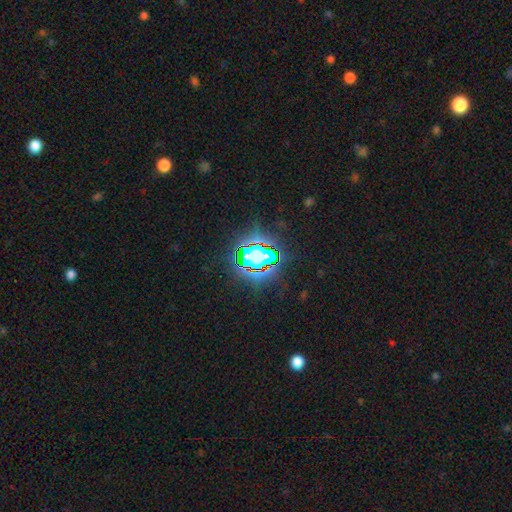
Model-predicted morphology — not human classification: Q: Smooth or featured?
A: star or artifact (77%); runner-up: smooth (14%)